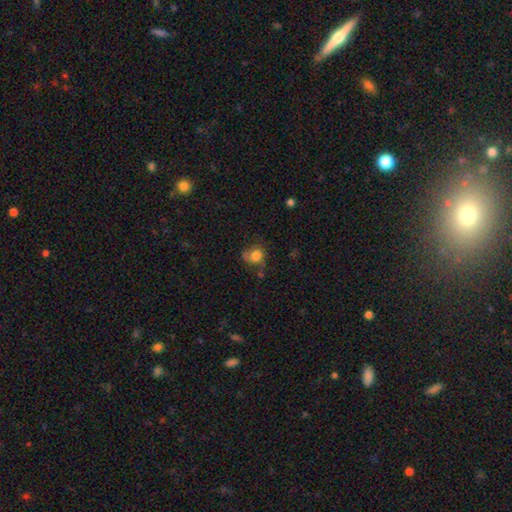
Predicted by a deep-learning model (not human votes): Morphology: type=smooth (71%); roundness=round (70%); merging=none (46%).